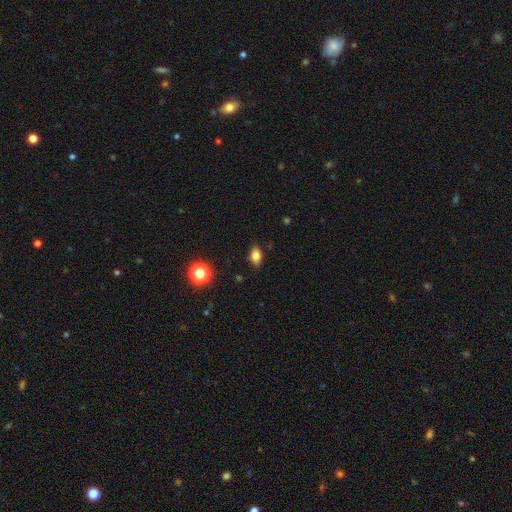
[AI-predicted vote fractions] A smooth galaxy with no disk features (80%) that is in between round and cigar-shaped (80%).

Vote fractions:
- Smooth or featured? smooth: 80% / star or artifact: 12% / featured or disk: 8%
- How rounded? in between: 80% / round: 18% / cigar-shaped: 2%
- Merging? none: 86% / minor disturbance: 11% / major disturbance: 2% / merger: 1%